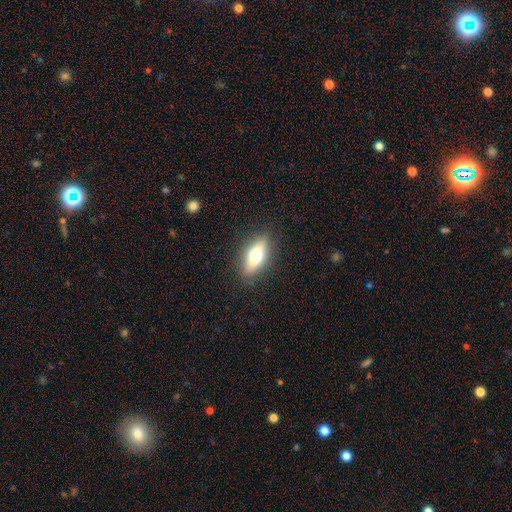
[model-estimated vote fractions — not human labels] This appears to be a smooth galaxy with no disk features (62%) that is in between round and cigar-shaped (73%). Merging: none (87%).